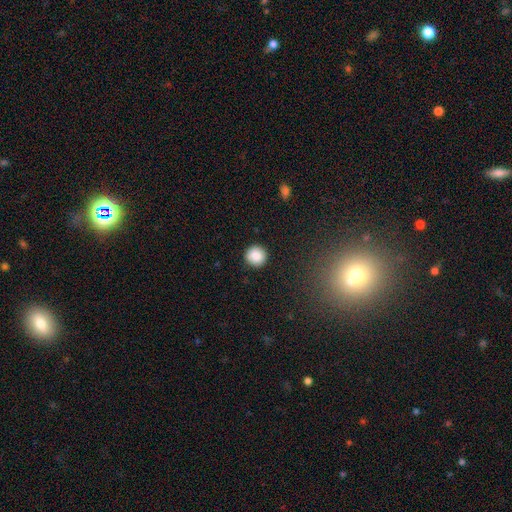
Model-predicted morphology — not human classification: A smooth galaxy with no disk features (87%) that is round (95%). Merging: none (91%).